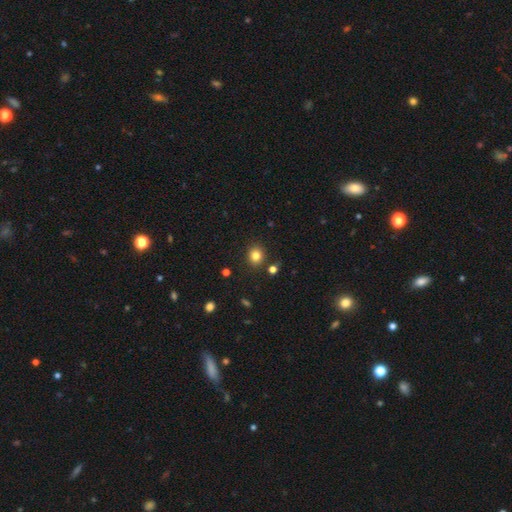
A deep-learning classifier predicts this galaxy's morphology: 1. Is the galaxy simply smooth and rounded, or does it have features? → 81% smooth, 13% star or artifact, 6% featured or disk.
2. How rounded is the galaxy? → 78% round, 21% in between, 1% cigar-shaped.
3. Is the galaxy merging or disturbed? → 86% none, 8% minor disturbance, 4% merger, 2% major disturbance.